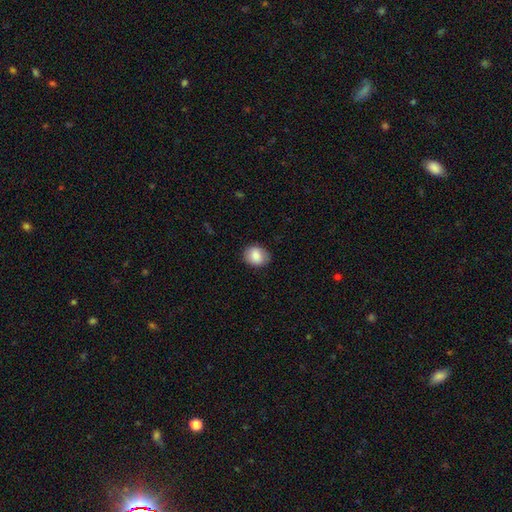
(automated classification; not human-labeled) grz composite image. It shows a smooth galaxy with no disk features (84%) that is round (53%). Merging: none (85%).